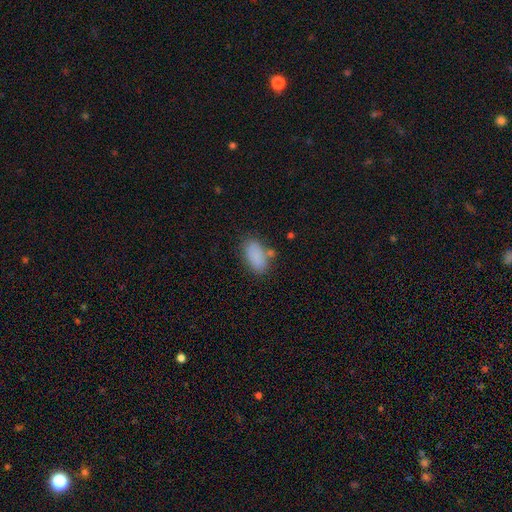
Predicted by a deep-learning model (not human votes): The model was most divided on "merging": none: 72%, minor disturbance: 16%, merger: 7%, major disturbance: 5%. More confident: how rounded — in between (92%); smooth or featured — smooth (85%).